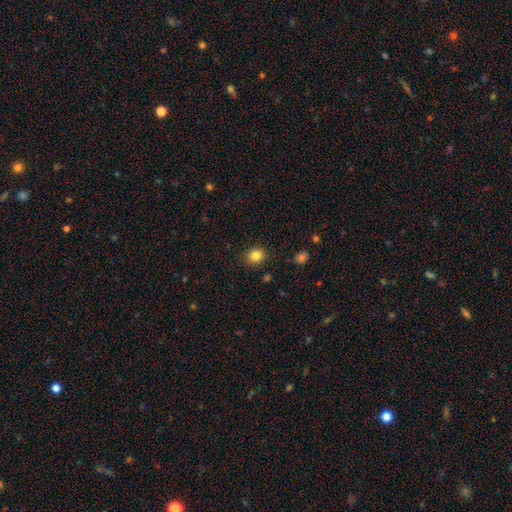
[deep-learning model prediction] A smooth galaxy with no disk features (84%) that is round (69%).

Vote fractions:
- Smooth or featured? smooth: 84% / star or artifact: 11% / featured or disk: 5%
- How rounded? round: 69% / in between: 30% / cigar-shaped: 1%
- Merging? none: 88% / minor disturbance: 8% / major disturbance: 2% / merger: 1%